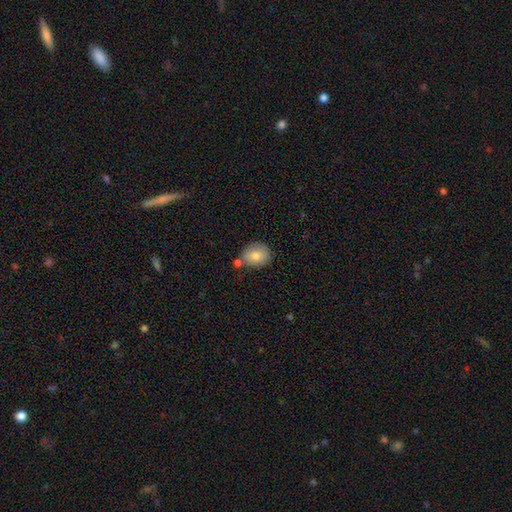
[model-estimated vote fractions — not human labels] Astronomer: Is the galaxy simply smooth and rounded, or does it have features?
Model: smooth — 78%.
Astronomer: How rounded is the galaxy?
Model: round — 52% (runner-up: in between, 47%).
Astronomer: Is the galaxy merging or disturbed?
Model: none — 61%.